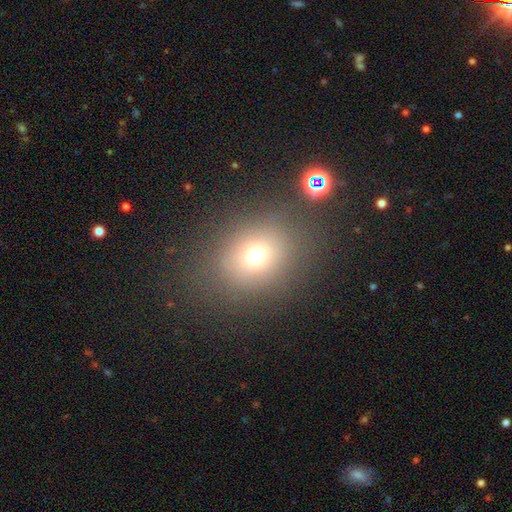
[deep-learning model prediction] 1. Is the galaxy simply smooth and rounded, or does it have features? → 69% smooth, 20% star or artifact, 12% featured or disk.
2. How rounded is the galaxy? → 66% round, 33% in between, 1% cigar-shaped.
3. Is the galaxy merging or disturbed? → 78% none, 10% minor disturbance, 7% major disturbance, 5% merger.